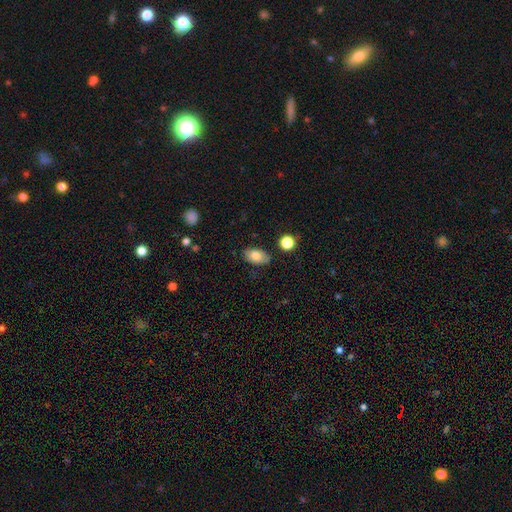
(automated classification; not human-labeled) This appears to be a smooth galaxy with no disk features (78%) that is in between round and cigar-shaped (91%). Merging: none (81%).